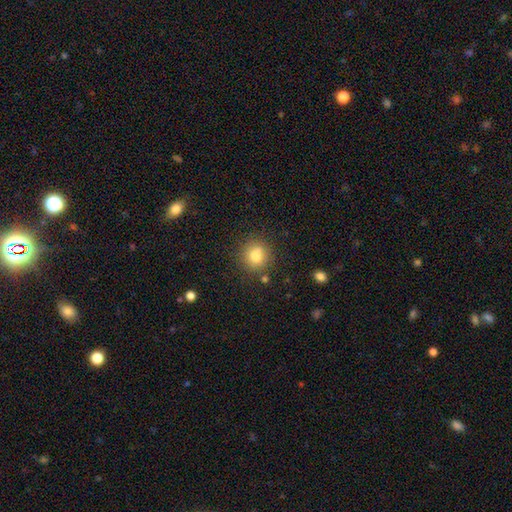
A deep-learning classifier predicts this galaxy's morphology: This appears to be a smooth galaxy with no disk features (79%) that is round (88%). Merging: none (76%).